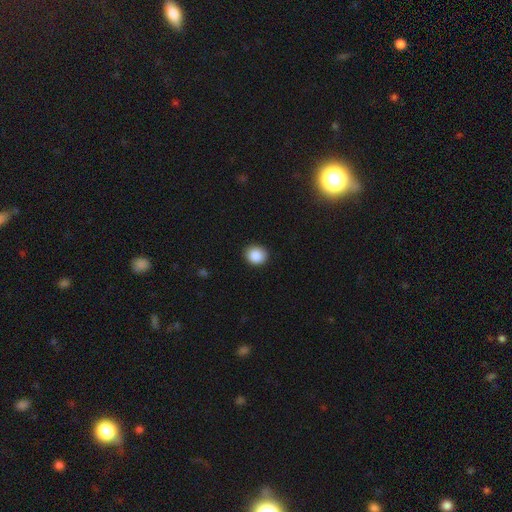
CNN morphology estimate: type=smooth (88%); roundness=round (77%); merging=none (89%).